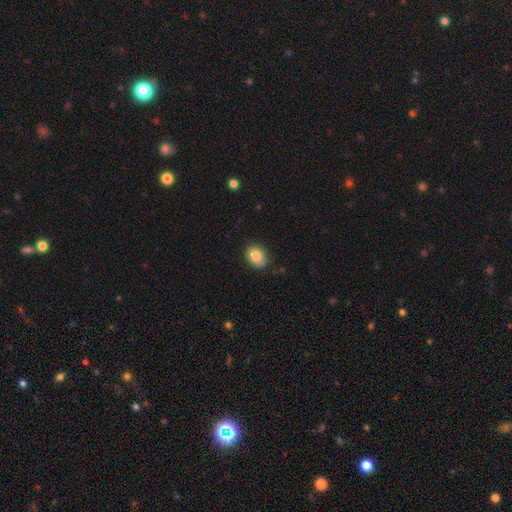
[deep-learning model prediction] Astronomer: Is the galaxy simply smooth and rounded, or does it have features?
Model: smooth — 84%.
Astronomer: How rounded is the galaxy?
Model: in between — 72%.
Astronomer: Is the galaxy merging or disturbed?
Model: none — 79%.